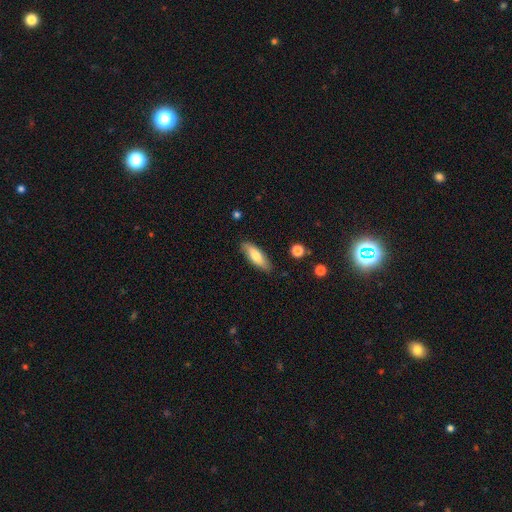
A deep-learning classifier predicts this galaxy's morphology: This is likely a smooth galaxy (72%). How rounded: possibly in between (53%). Merging: clearly none (85%).